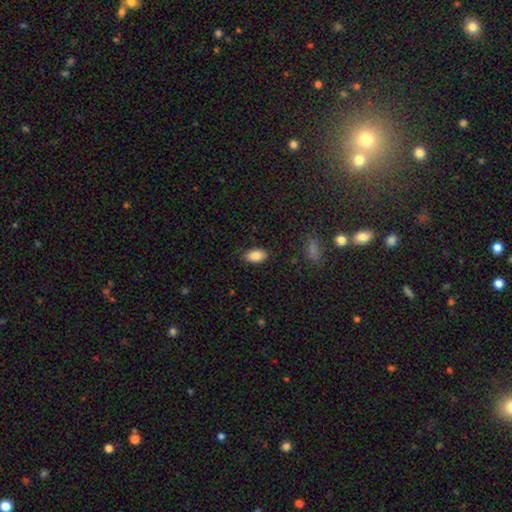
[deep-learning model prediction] Smooth or featured? Predicted: smooth (p=0.88). How rounded? Predicted: in between (p=0.93). Merging? Predicted: none (p=0.85).